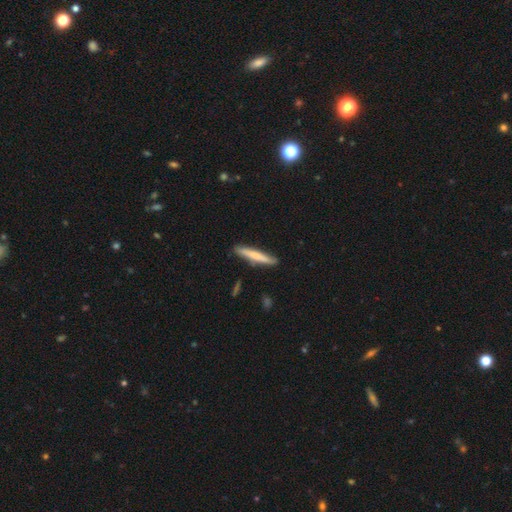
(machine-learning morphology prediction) type=smooth (68%); roundness=cigar-shaped (94%); merging=none (86%).